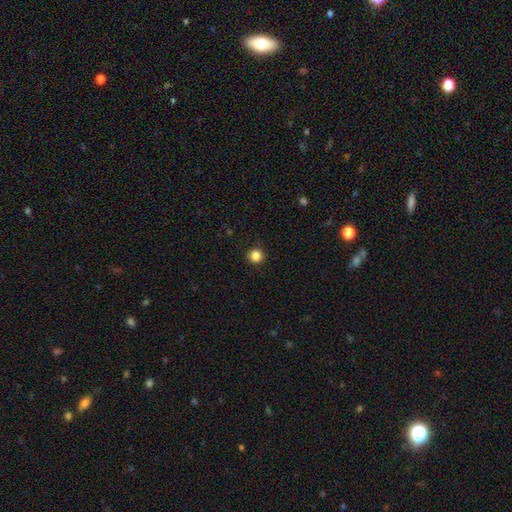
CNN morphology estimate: The model was most divided on "smooth or featured": smooth: 85%, star or artifact: 11%, featured or disk: 3%. More confident: how rounded — round (94%); merging — none (91%).